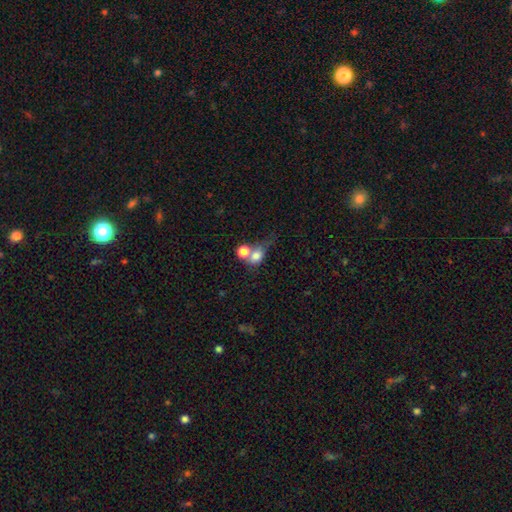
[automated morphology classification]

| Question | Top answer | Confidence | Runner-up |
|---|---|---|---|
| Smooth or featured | smooth | 73% | featured or disk (16%) |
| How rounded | in between | 49% | round (48%) |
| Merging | merger | 50% | none (28%) |